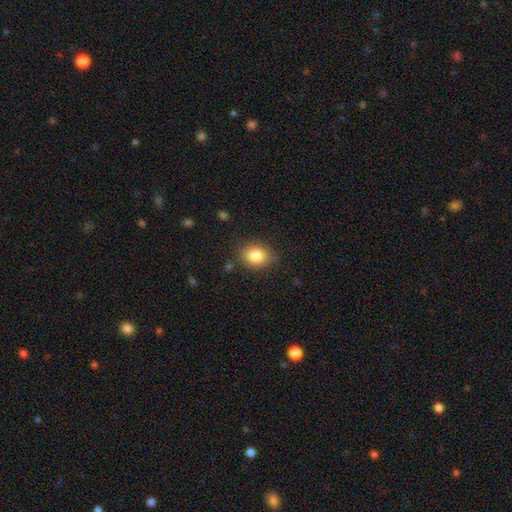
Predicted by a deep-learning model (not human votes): Smooth or featured? Predicted: smooth (p=0.83). How rounded? Predicted: round (p=0.53). Merging? Predicted: none (p=0.84).